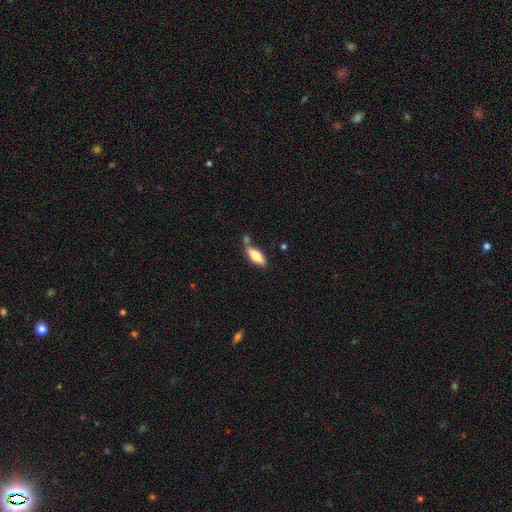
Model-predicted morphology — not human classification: smooth-or-featured: smooth: 75% | featured or disk: 19% | star or artifact: 6%
  how-rounded: in between: 77% | cigar-shaped: 20% | round: 2%
  merging: none: 59% | minor disturbance: 18% | merger: 18% | major disturbance: 5%